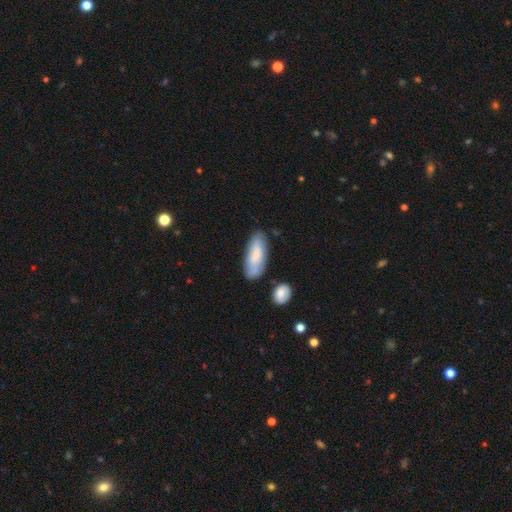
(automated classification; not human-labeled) Smooth or featured? Predicted: smooth (p=0.76). How rounded? Predicted: in between (p=0.73). Merging? Predicted: none (p=0.70).